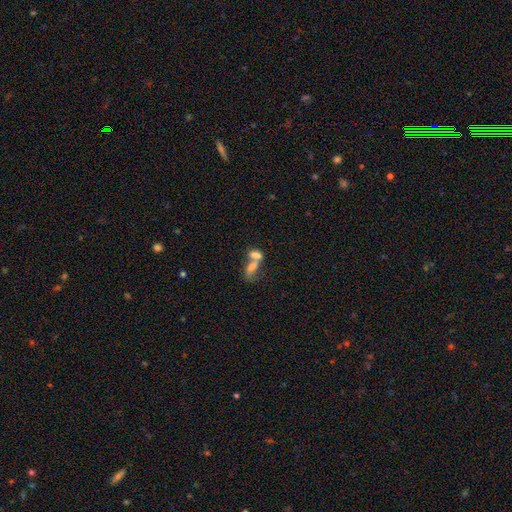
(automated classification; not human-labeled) This appears to be a smooth galaxy with no disk features (66%) that is in between round and cigar-shaped (78%). Merging: merger (73%).